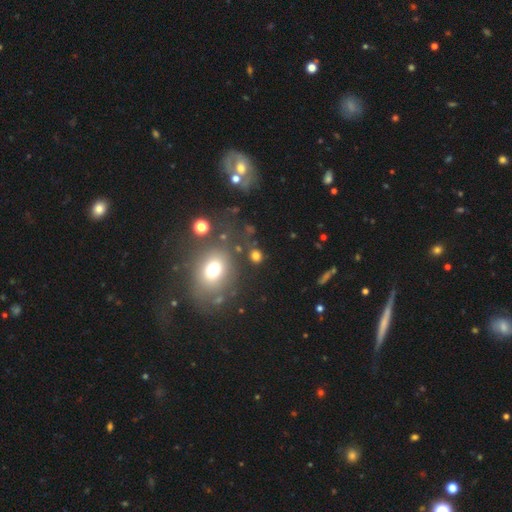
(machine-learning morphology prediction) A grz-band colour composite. It shows a smooth galaxy with no disk features (68%) that is round (66%). Merging: none (73%).